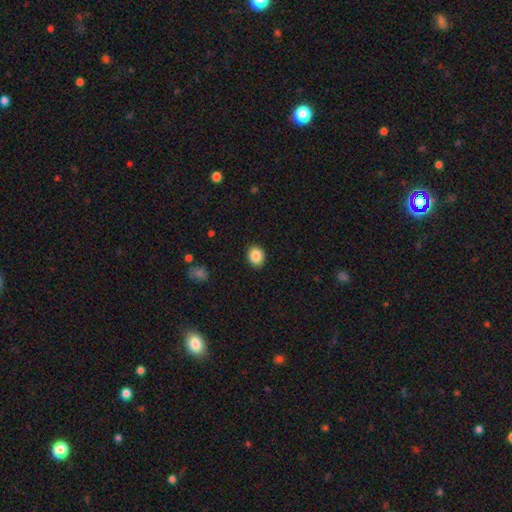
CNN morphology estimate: Smooth or featured? smooth (87%)
How rounded? round (59%)
Merging? none (90%)